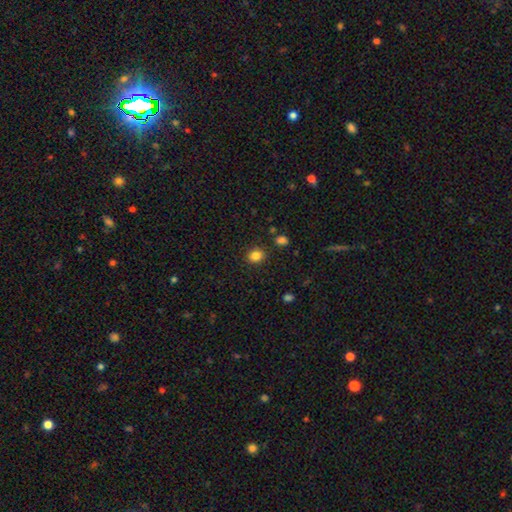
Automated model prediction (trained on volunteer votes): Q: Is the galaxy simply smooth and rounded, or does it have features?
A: smooth — 84%.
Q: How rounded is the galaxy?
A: round — 63%.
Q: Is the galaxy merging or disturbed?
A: none — 88%.